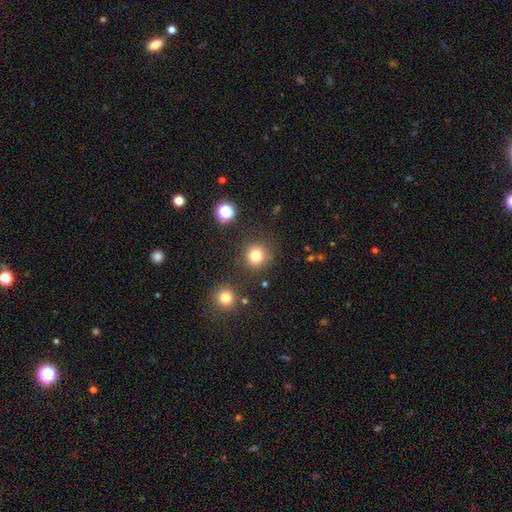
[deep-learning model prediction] smooth 80%, star or artifact 14%, featured or disk 6%. Down the decision tree: how rounded — round (91%); merging — none (82%).